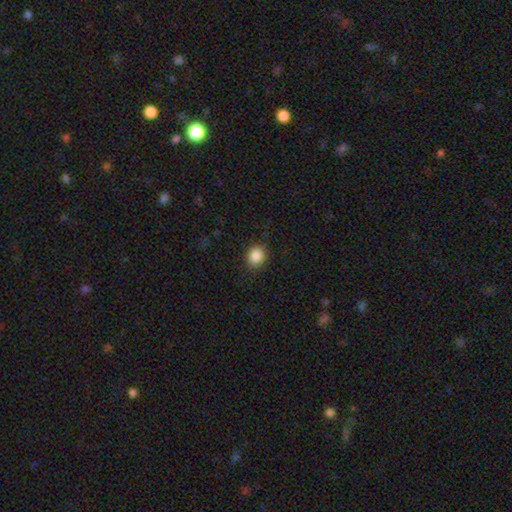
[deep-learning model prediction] Smooth or featured? smooth (87%)
How rounded? round (71%)
Merging? none (87%)